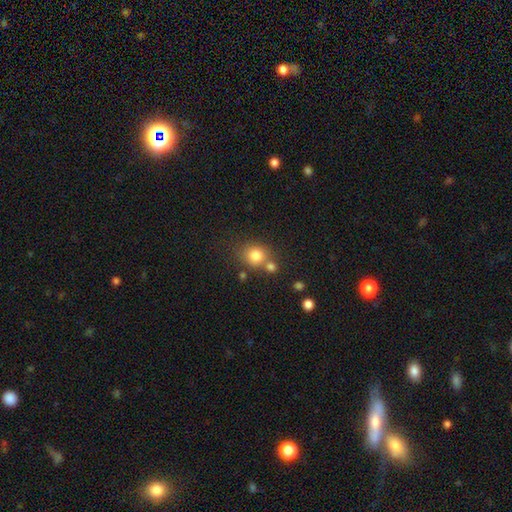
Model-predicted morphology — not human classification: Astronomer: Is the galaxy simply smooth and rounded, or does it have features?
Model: smooth — 80%.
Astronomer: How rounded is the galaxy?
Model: round — 80%.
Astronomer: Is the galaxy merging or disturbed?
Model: none — 58%.